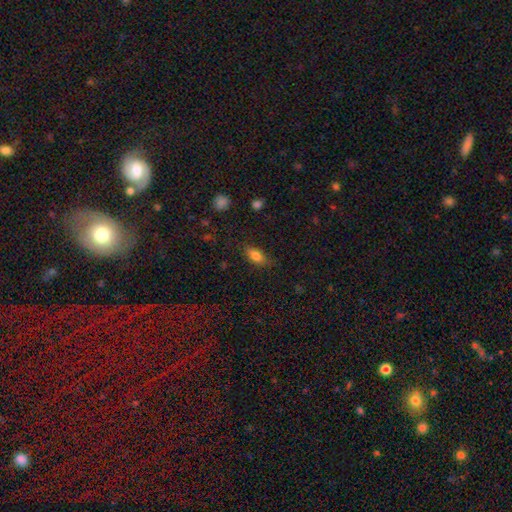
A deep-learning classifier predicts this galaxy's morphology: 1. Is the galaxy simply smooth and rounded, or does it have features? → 80% smooth, 11% featured or disk, 9% star or artifact.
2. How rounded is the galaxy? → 85% in between, 9% cigar-shaped, 6% round.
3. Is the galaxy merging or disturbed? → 78% none, 16% minor disturbance, 4% major disturbance, 1% merger.